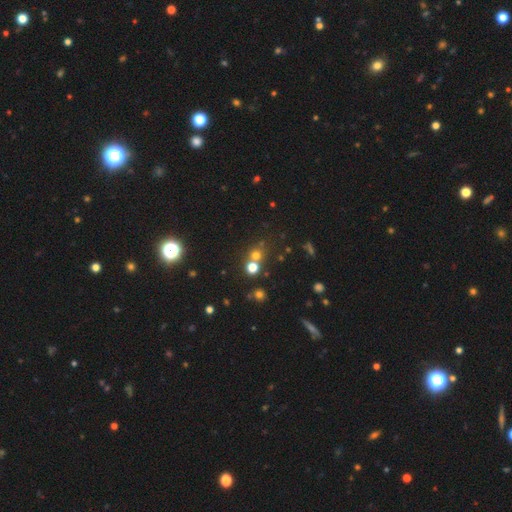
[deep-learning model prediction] The model was most divided on "merging": none: 60%, merger: 29%, minor disturbance: 7%, major disturbance: 3%. More confident: how rounded — round (88%); smooth or featured — smooth (62%).